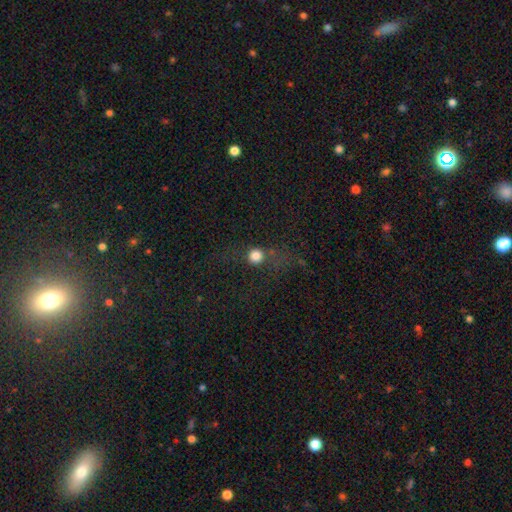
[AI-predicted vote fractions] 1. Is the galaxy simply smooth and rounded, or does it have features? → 76% smooth, 15% star or artifact, 9% featured or disk.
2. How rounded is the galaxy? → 89% round, 10% in between, 2% cigar-shaped.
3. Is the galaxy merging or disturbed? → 66% none, 14% minor disturbance, 14% major disturbance, 6% merger.